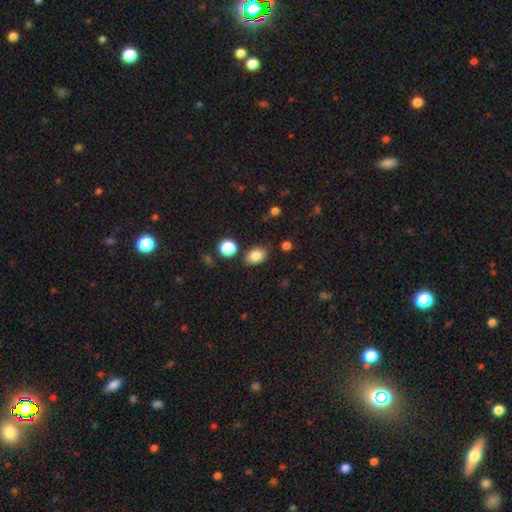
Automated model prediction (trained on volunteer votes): This appears to be a smooth galaxy with no disk features (84%) that is in between round and cigar-shaped (77%). Merging: none (82%).